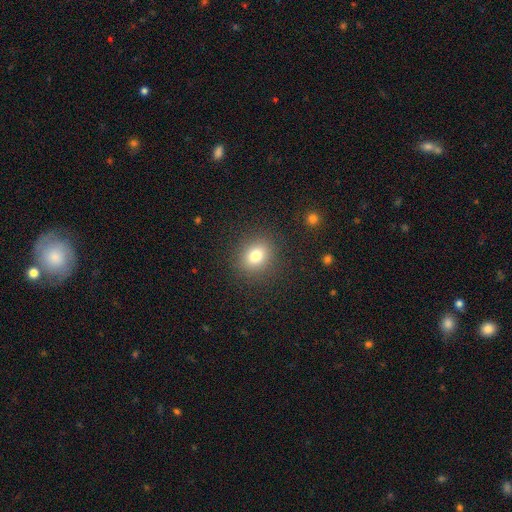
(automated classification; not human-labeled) A smooth galaxy with no disk features (79%) that is round (67%). Merging: none (88%).